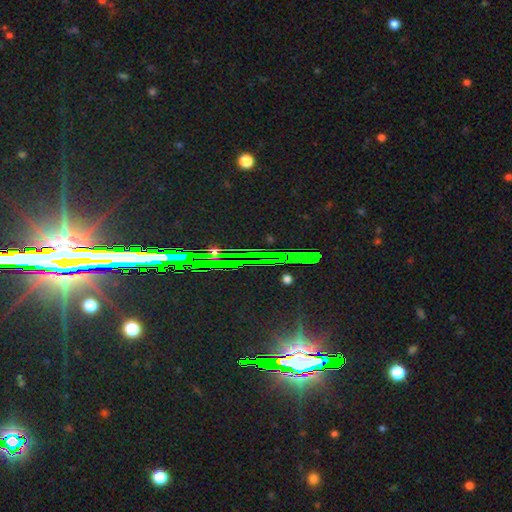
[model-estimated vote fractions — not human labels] star or artifact 84%, featured or disk 9%, smooth 6%.